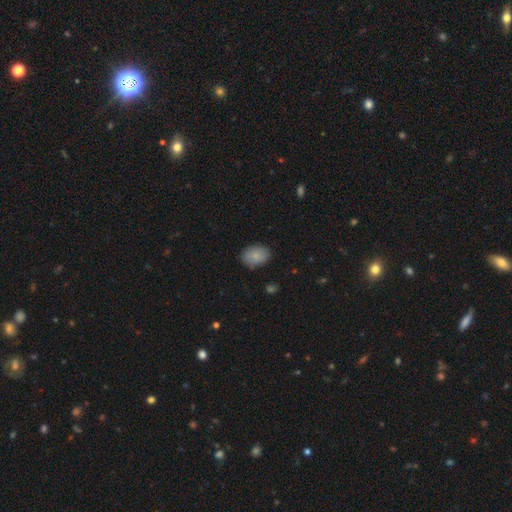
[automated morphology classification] Smooth or featured? smooth (86%)
How rounded? in between (76%)
Merging? none (85%)